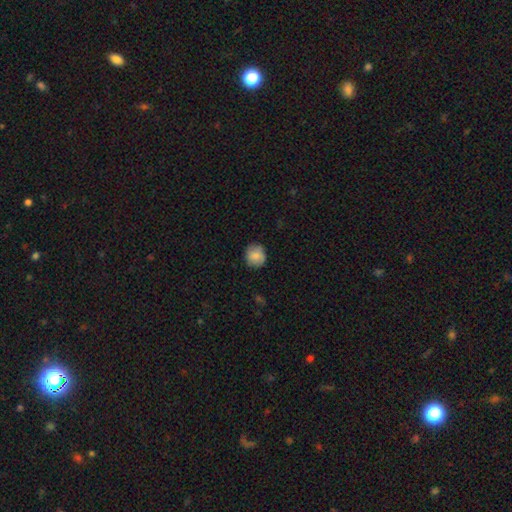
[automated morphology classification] Q: Smooth or featured?
A: smooth (82%); runner-up: featured or disk (11%)
Q: How rounded?
A: round (87%); runner-up: in between (12%)
Q: Merging?
A: none (84%); runner-up: minor disturbance (12%)